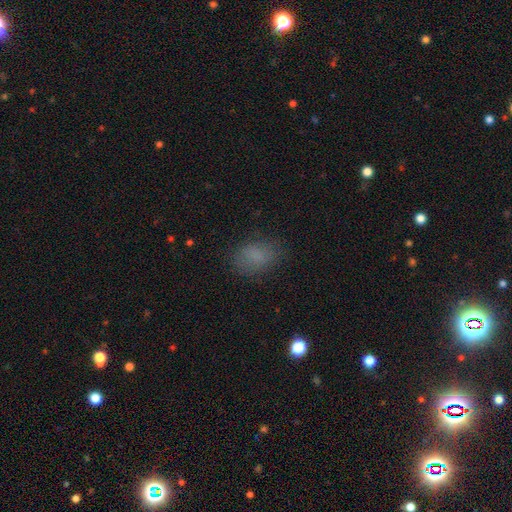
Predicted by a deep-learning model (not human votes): Smooth or featured? smooth (79%)
How rounded? in between (81%)
Merging? none (75%)